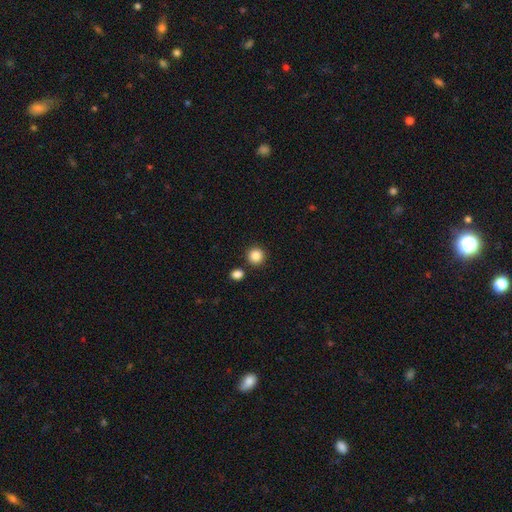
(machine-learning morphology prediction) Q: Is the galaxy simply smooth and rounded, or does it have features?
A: smooth — 87%.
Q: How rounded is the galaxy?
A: round — 93%.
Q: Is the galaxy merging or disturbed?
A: none — 85%.